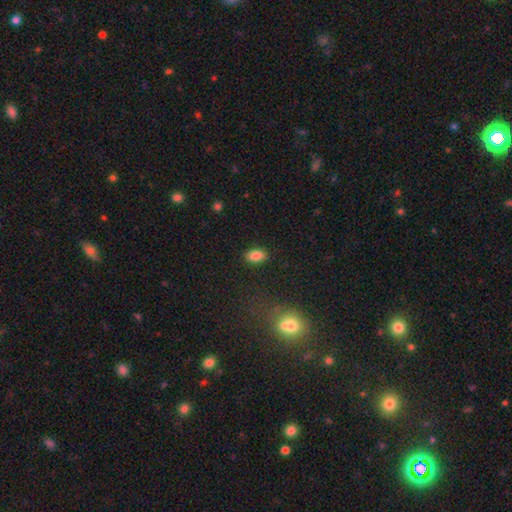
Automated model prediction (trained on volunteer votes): A smooth galaxy with no disk features (85%) that is in between round and cigar-shaped (89%).

Vote fractions:
- Smooth or featured? smooth: 85% / star or artifact: 9% / featured or disk: 5%
- How rounded? in between: 89% / round: 9% / cigar-shaped: 2%
- Merging? none: 87% / minor disturbance: 10% / major disturbance: 2% / merger: 1%